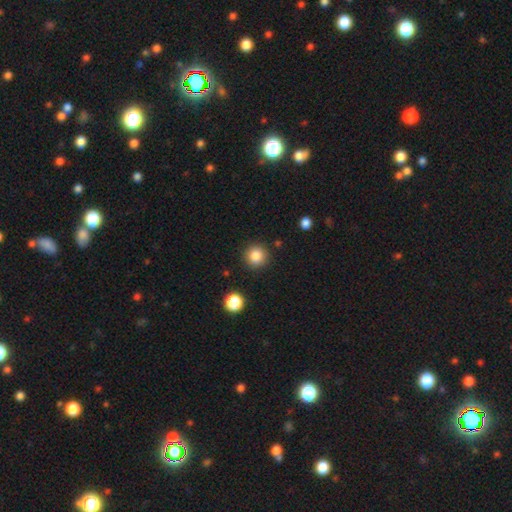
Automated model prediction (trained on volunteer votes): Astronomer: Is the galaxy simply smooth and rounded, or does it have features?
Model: smooth — 85%.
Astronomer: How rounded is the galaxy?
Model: round — 93%.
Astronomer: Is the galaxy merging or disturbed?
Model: none — 89%.